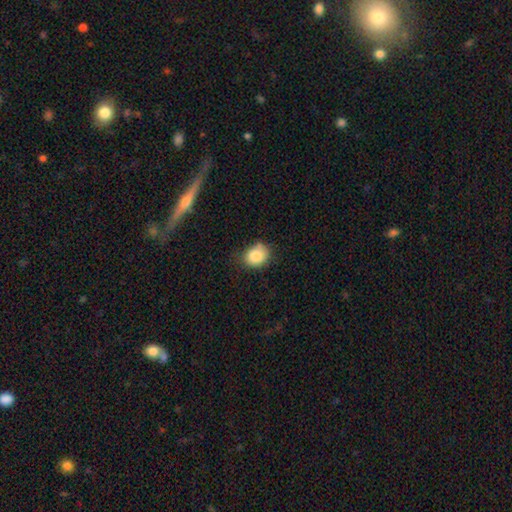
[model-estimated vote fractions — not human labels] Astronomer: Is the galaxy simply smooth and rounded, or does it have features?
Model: smooth — 84%.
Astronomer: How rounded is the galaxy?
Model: round — 52% (runner-up: in between, 47%).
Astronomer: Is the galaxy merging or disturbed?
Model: none — 64%.